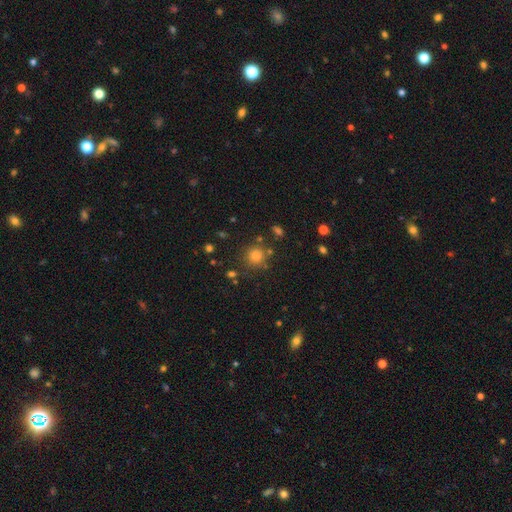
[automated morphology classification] smooth-or-featured: smooth: 76% | star or artifact: 18% | featured or disk: 6%
  how-rounded: round: 92% | in between: 7% | cigar-shaped: 1%
  merging: none: 81% | minor disturbance: 9% | merger: 6% | major disturbance: 4%